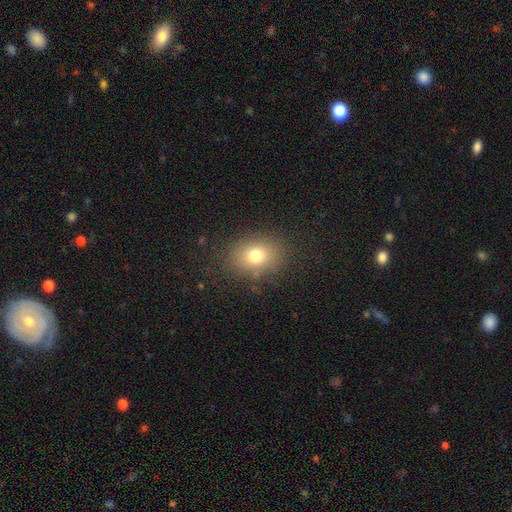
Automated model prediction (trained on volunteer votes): Morphology: type=smooth (76%); roundness=in between (62%); merging=none (83%).